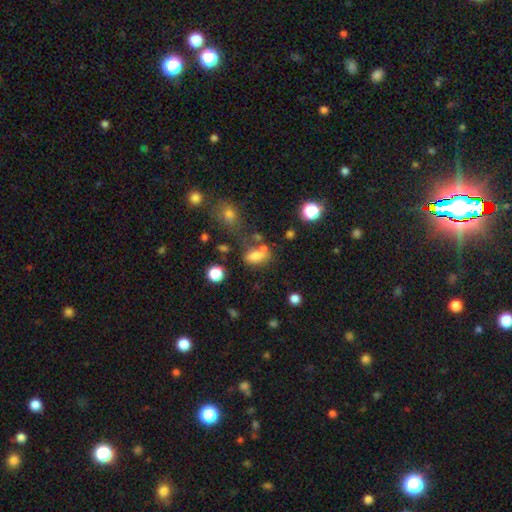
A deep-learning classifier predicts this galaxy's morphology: Overall: smooth (74%). How rounded: in between (82%). Merging: none (43%; merger 24%).